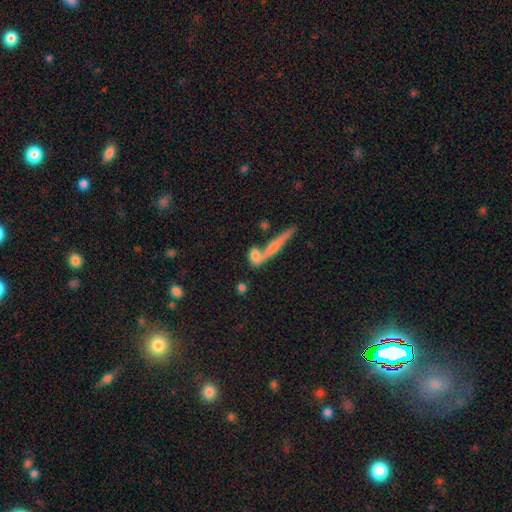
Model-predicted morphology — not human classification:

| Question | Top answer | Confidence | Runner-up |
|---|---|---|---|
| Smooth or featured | smooth | 64% | featured or disk (27%) |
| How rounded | in between | 39% | cigar-shaped (37%) |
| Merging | none | 47% | merger (35%) |